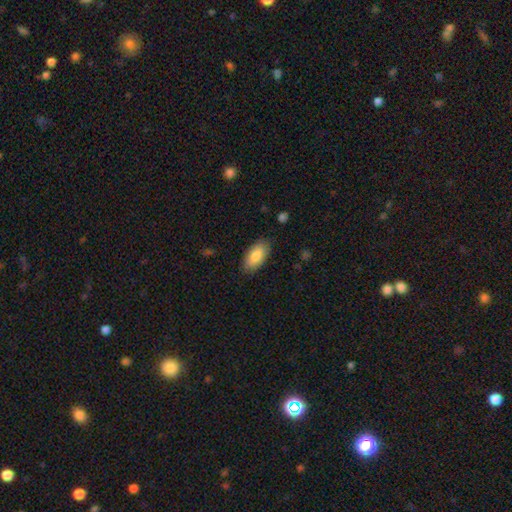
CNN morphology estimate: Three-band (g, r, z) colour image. It shows a smooth galaxy with no disk features (86%) that is in between round and cigar-shaped (91%). Merging: none (85%).